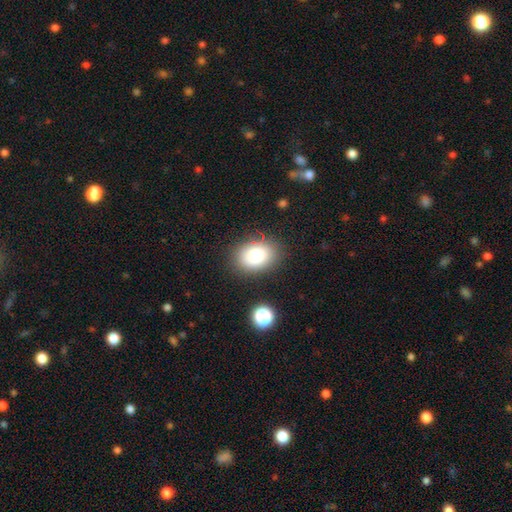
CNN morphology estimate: smooth_or_featured: smooth (p=0.82) [alt: star or artifact p=0.10]
how_rounded: in between (p=0.71) [alt: round p=0.28]
merging: none (p=0.84) [alt: minor disturbance p=0.11]